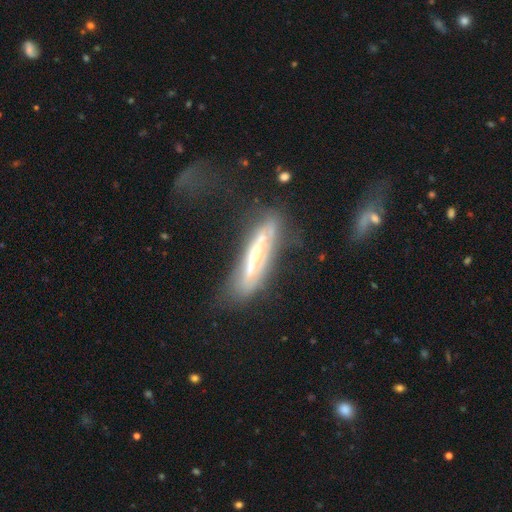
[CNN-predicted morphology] type=featured or disk (67%); edge-on=yes (63%); merging=none (50%).